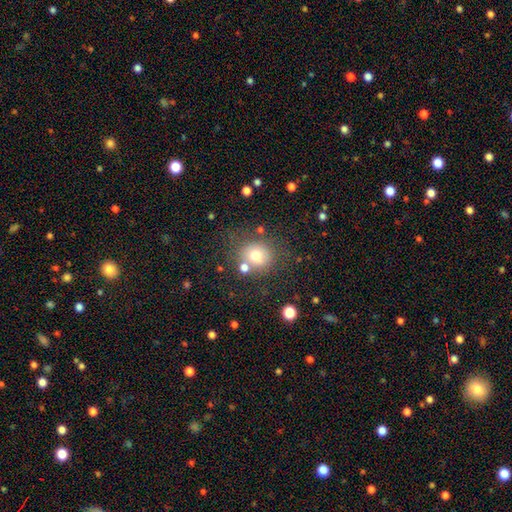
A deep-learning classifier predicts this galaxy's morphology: Smooth or featured? smooth (73%)
How rounded? round (78%)
Merging? none (68%)